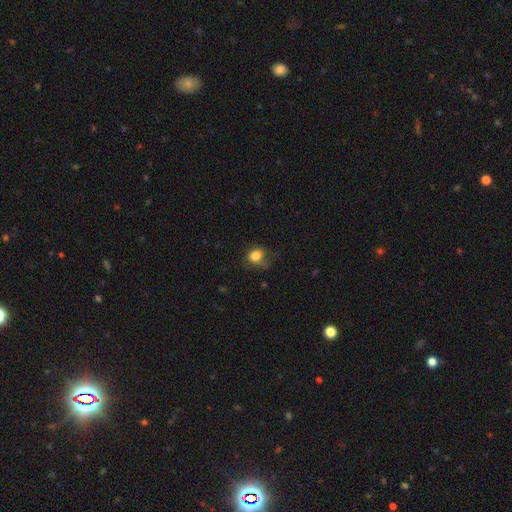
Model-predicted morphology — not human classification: smooth-or-featured: smooth: 81% | star or artifact: 10% | featured or disk: 8%
  how-rounded: round: 62% | in between: 37% | cigar-shaped: 1%
  merging: none: 50% | minor disturbance: 29% | major disturbance: 19% | merger: 2%